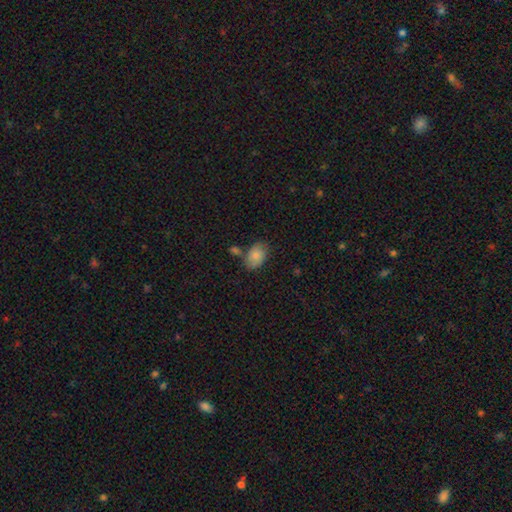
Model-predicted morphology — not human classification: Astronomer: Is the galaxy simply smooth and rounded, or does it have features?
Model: smooth — 79%.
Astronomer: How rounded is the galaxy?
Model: in between — 84%.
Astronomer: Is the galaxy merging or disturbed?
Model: none — 61%.